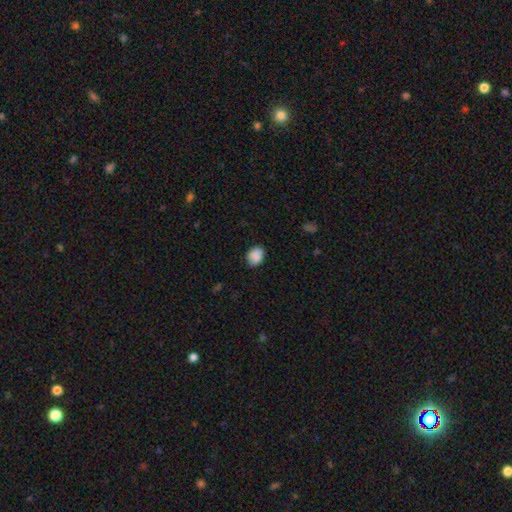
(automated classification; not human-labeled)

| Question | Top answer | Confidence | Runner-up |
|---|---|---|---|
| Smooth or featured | smooth | 88% | star or artifact (8%) |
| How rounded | in between | 66% | round (33%) |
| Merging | none | 79% | minor disturbance (17%) |